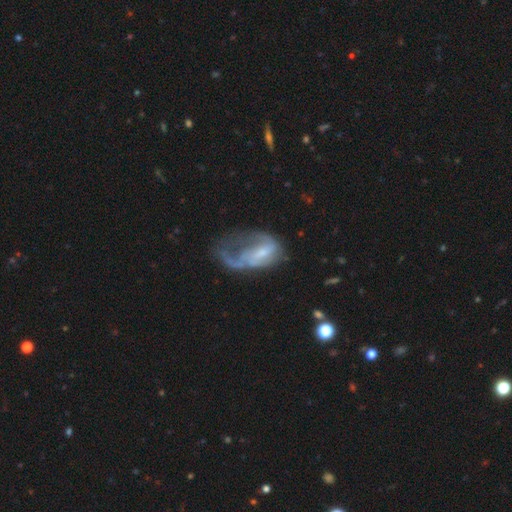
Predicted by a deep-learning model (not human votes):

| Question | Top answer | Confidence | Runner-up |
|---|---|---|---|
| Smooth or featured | featured or disk | 54% | smooth (34%) |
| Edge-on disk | no | 94% | yes (6%) |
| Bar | no | 65% | weak (27%) |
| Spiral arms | no | 61% | yes (39%) |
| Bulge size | small | 47% | none (25%) |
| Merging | major disturbance | 55% | none (21%) |